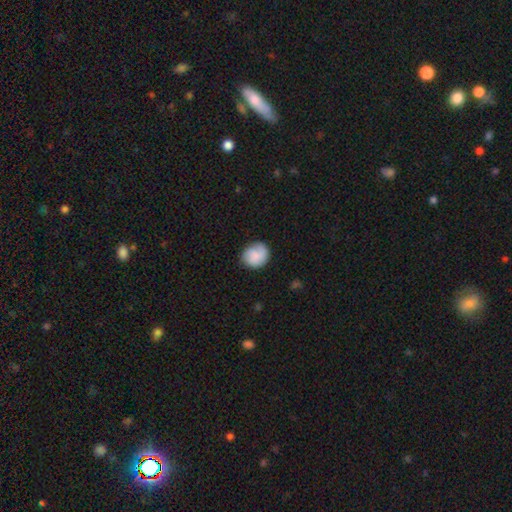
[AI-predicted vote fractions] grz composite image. It shows a smooth galaxy with no disk features (75%) that is round (70%). Merging: none (72%).